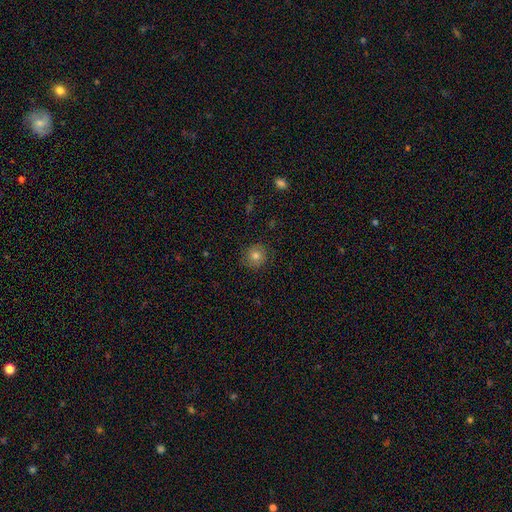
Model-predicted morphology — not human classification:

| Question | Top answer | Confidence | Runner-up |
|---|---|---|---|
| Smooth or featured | smooth | 78% | star or artifact (13%) |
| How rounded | round | 91% | in between (8%) |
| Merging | none | 87% | minor disturbance (9%) |